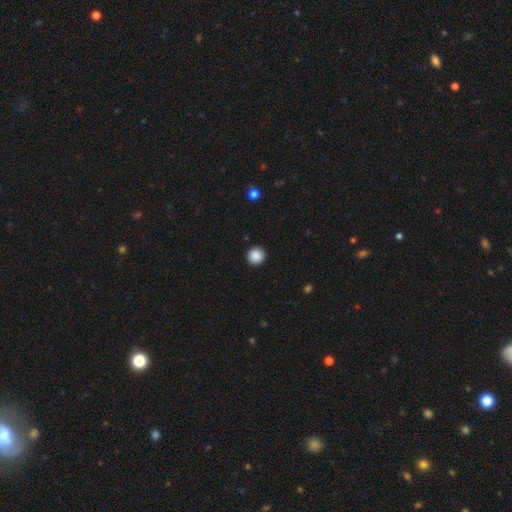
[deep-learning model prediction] A smooth galaxy with no disk features (88%) that is round (96%). Merging: none (93%).